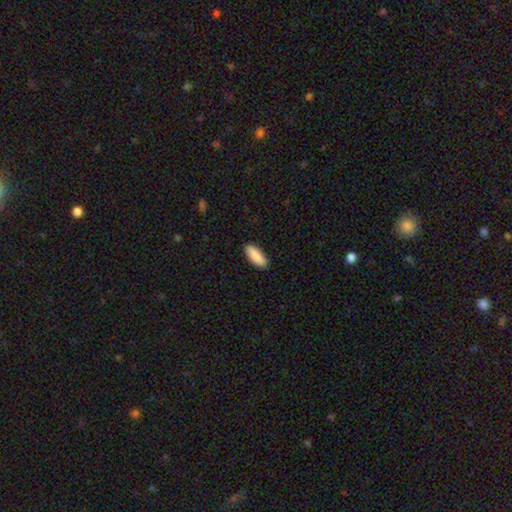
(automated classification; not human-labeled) smooth 90%, star or artifact 6%, featured or disk 5%. Down the decision tree: how rounded — in between (71%); merging — none (89%).